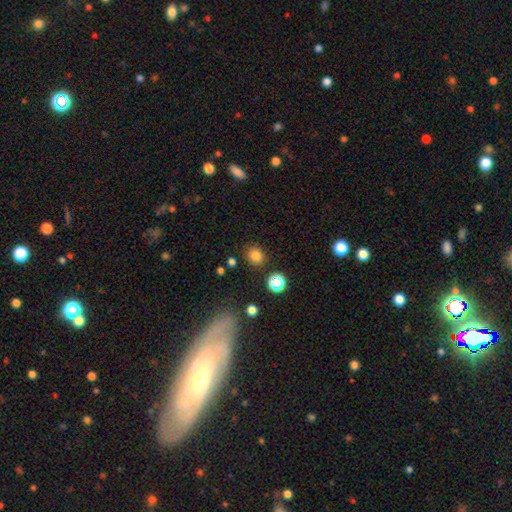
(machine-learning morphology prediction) Smooth or featured: smooth — 81% (star or artifact — 15%)
How rounded: round — 86% (in between — 13%)
Merging: none — 86% (minor disturbance — 8%)